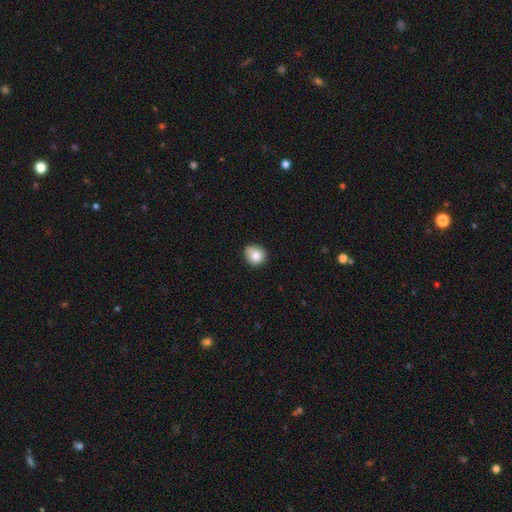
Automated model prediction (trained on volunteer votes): Smooth or featured? Predicted: smooth (p=0.81). How rounded? Predicted: round (p=0.84). Merging? Predicted: none (p=0.69).